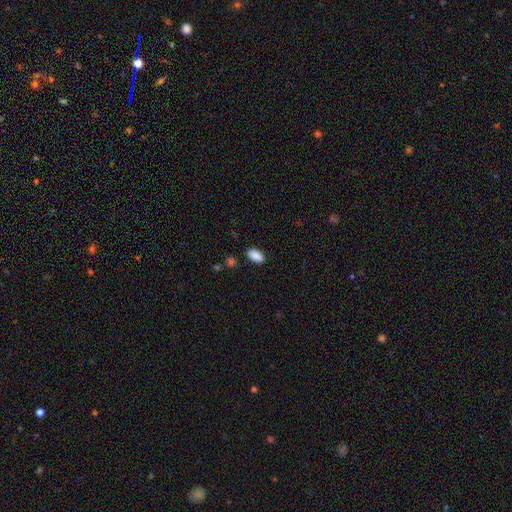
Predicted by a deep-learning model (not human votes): Overall: smooth (89%). How rounded: in between (92%). Merging: none (85%).